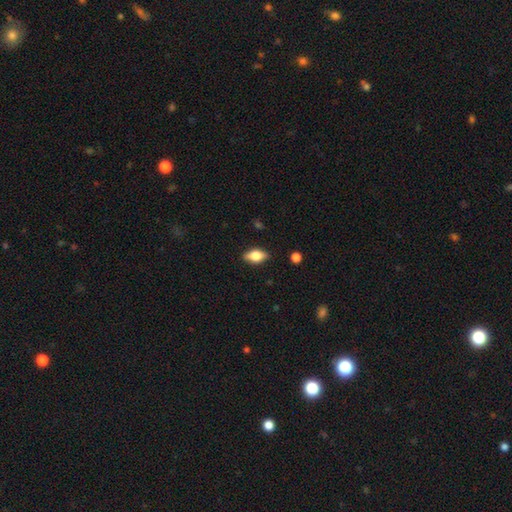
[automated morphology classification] Overall: smooth (64%; featured or disk 28%). How rounded: in between (84%). Merging: none (86%).